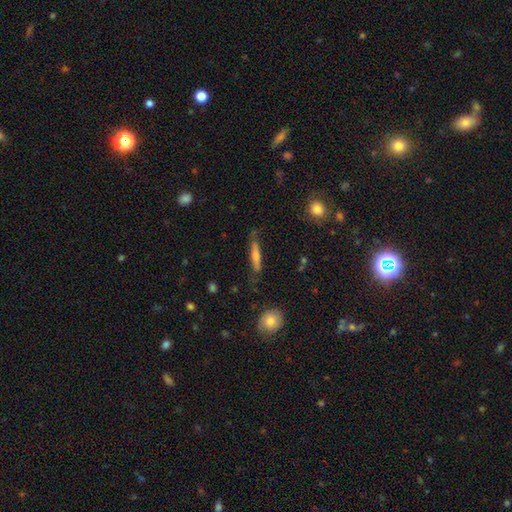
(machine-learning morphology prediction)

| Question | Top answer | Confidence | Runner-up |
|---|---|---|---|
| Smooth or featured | featured or disk | 46% | smooth (42%) |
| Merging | none | 77% | minor disturbance (16%) |